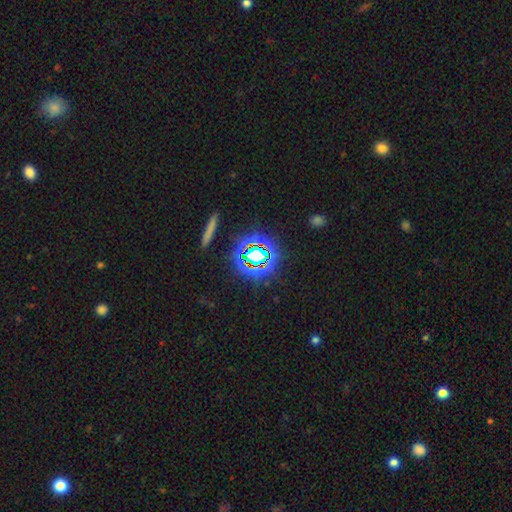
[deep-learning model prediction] This appears to be a star or artifact, not a galaxy (69%).